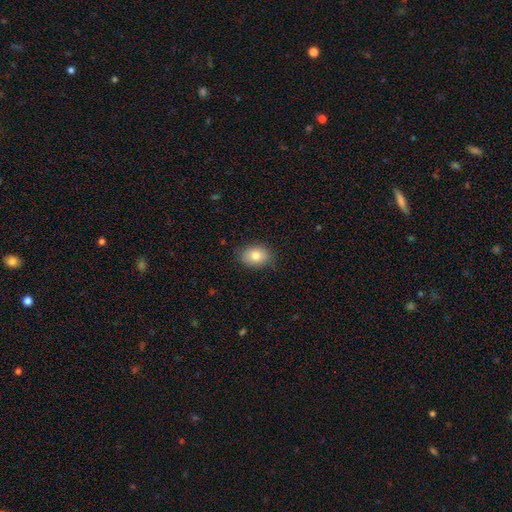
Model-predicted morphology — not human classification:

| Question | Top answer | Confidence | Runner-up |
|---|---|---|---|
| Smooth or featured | smooth | 81% | featured or disk (11%) |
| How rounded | in between | 74% | round (25%) |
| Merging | none | 84% | minor disturbance (12%) |